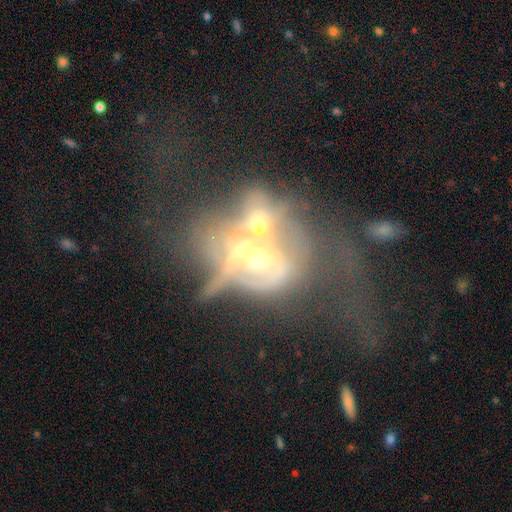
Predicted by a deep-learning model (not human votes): smooth_or_featured: featured or disk (p=0.68) [alt: smooth p=0.19]
disk_edge_on: no (p=0.94) [alt: yes p=0.06]
bar: no (p=0.78) [alt: weak p=0.16]
has_spiral_arms: no (p=0.63) [alt: yes p=0.37]
bulge_size: moderate (p=0.61) [alt: small p=0.23]
merging: merger (p=0.70) [alt: major disturbance p=0.18]